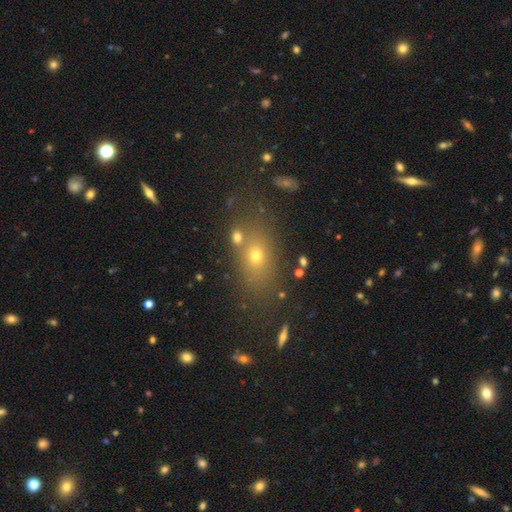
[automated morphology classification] The model was most divided on "how rounded": in between: 67%, round: 28%, cigar-shaped: 5%. More confident: merging — none (70%); smooth or featured — smooth (62%).